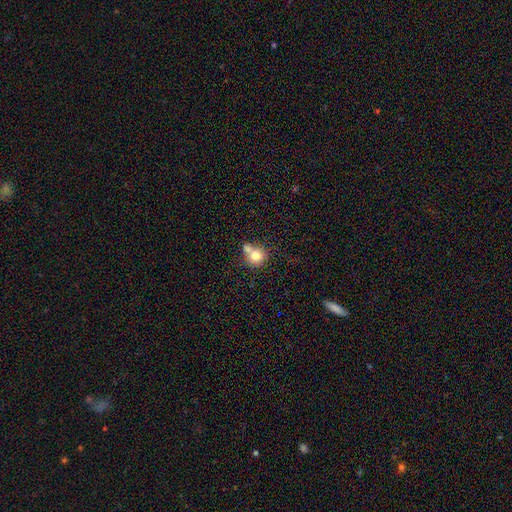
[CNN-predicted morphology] This is likely a smooth galaxy (76%). How rounded: clearly round (85%). Merging: marginally none (44%).